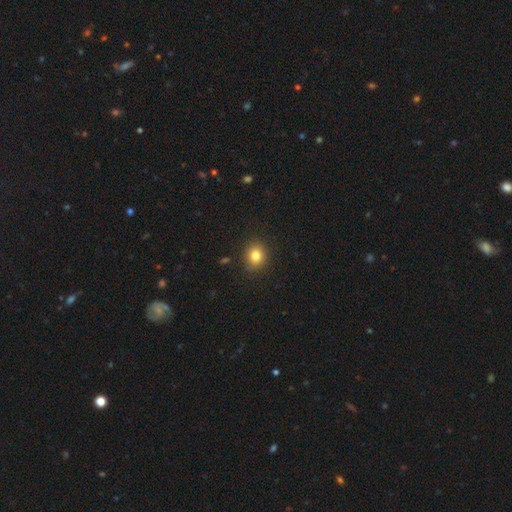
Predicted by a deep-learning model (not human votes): smooth 81%, star or artifact 12%, featured or disk 8%. Down the decision tree: how rounded — round (71%); merging — none (89%).